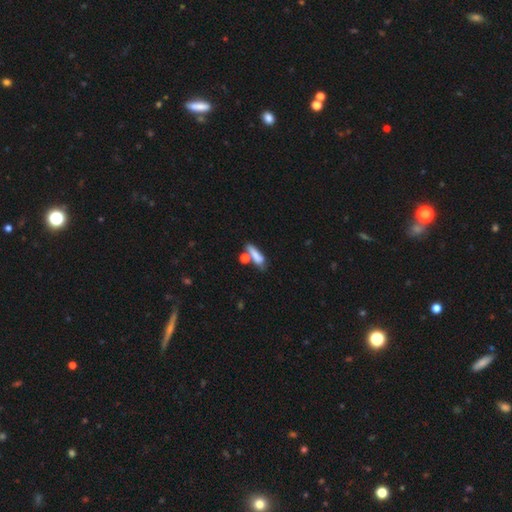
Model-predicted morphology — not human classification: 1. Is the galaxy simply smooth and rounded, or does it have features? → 71% smooth, 19% featured or disk, 10% star or artifact.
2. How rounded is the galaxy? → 51% cigar-shaped, 44% in between, 6% round.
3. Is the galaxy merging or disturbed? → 42% none, 31% merger, 17% minor disturbance, 9% major disturbance.